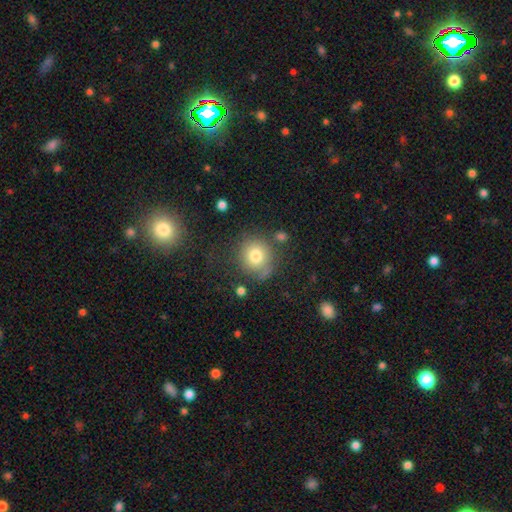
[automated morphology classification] This is likely a smooth galaxy (77%). How rounded: clearly round (86%). Merging: likely none (71%).